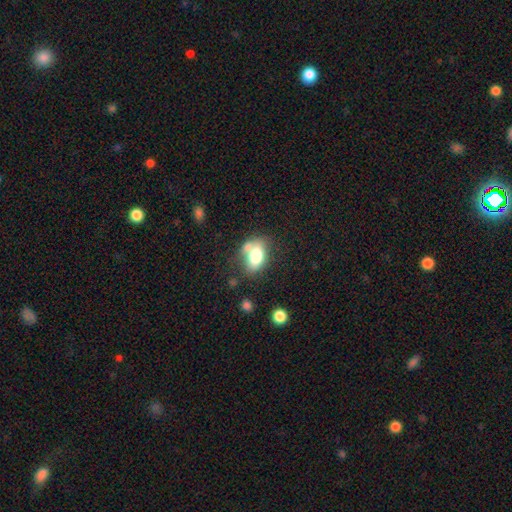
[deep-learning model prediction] A smooth galaxy with no disk features (73%) that is in between round and cigar-shaped (82%). Merging: none (44%).